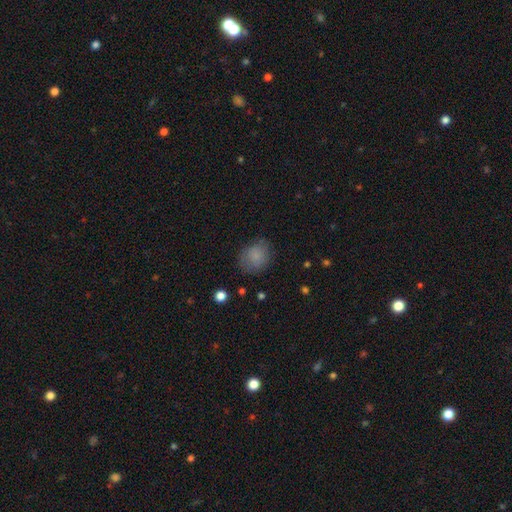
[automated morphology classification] Q: Smooth or featured?
A: smooth (82%); runner-up: star or artifact (9%)
Q: How rounded?
A: round (65%); runner-up: in between (34%)
Q: Merging?
A: none (72%); runner-up: minor disturbance (21%)